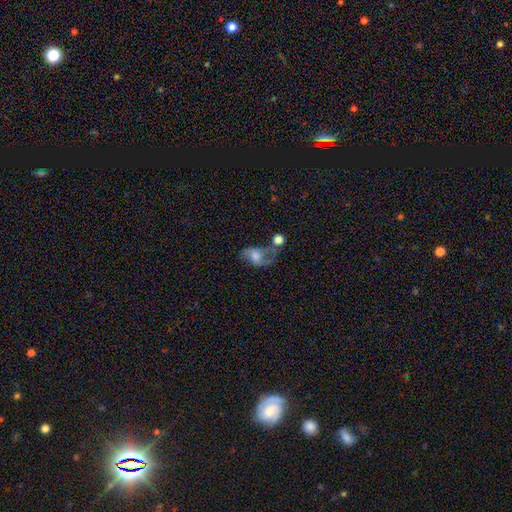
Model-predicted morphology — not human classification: Overall: featured or disk (46%; smooth 44%). Merging: major disturbance (27%, tied with none).